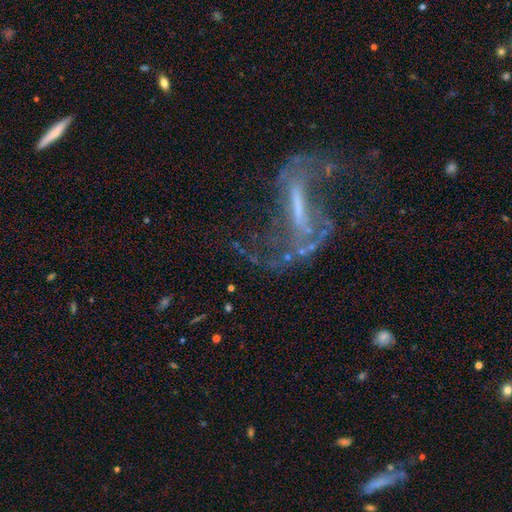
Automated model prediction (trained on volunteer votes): smooth-or-featured: featured or disk: 81% | star or artifact: 12% | smooth: 7%
  disk-edge-on: no: 90% | yes: 10%
    bar: strong: 62% | weak: 28% | no: 11%
    has-spiral-arms: yes: 86% | no: 14%
      spiral-winding: loose: 71% | medium: 22% | tight: 7%
      spiral-arm-count: 2: 84% | can't tell: 7% | 1: 4% | 3: 2% | 4: 1% | more than 4: 1%
    bulge-size: none: 44% | small: 32% | moderate: 19% | large: 4% | dominant: 1%
  merging: none: 49% | major disturbance: 32% | minor disturbance: 15% | merger: 5%